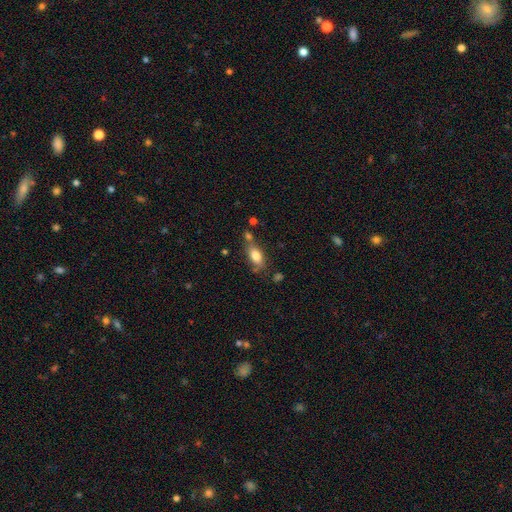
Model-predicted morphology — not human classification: smooth 79%, featured or disk 13%, star or artifact 8%. Down the decision tree: how rounded — in between (85%); merging — none (56%).